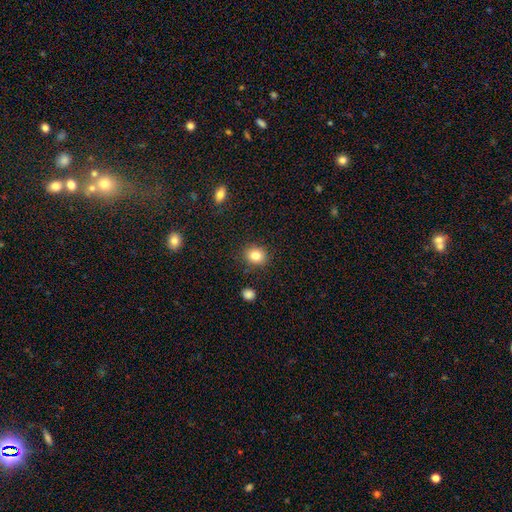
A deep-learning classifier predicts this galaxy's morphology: type=smooth (83%); roundness=round (67%); merging=none (88%).